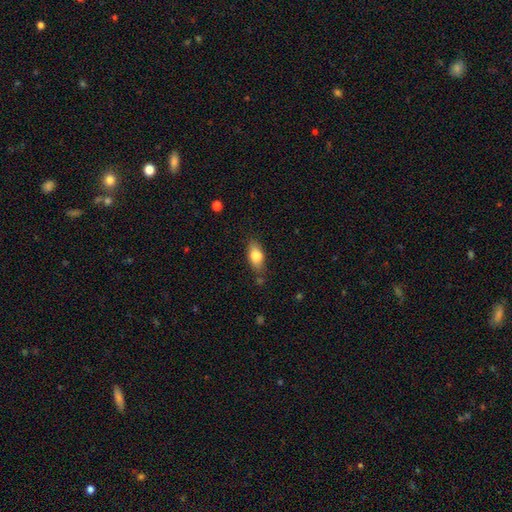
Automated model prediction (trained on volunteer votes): Overall: smooth (79%). How rounded: in between (84%). Merging: none (77%).